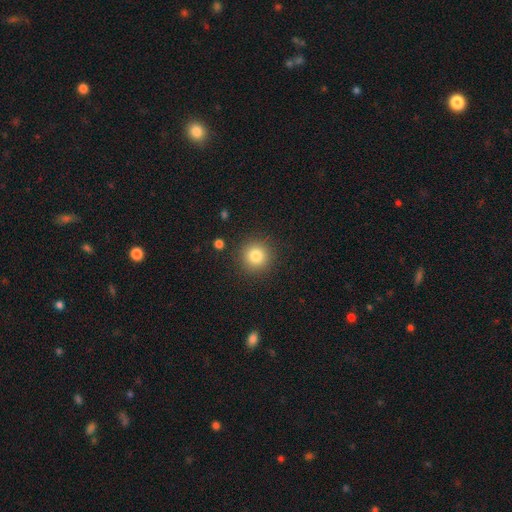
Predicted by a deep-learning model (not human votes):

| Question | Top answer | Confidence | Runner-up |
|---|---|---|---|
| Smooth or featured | smooth | 82% | star or artifact (12%) |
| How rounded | round | 94% | in between (5%) |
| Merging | none | 89% | minor disturbance (7%) |